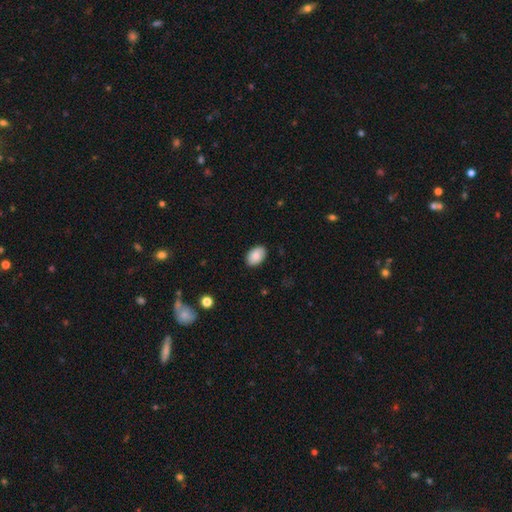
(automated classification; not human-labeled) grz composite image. It shows a smooth galaxy with no disk features (87%) that is in between round and cigar-shaped (88%). Merging: none (87%).